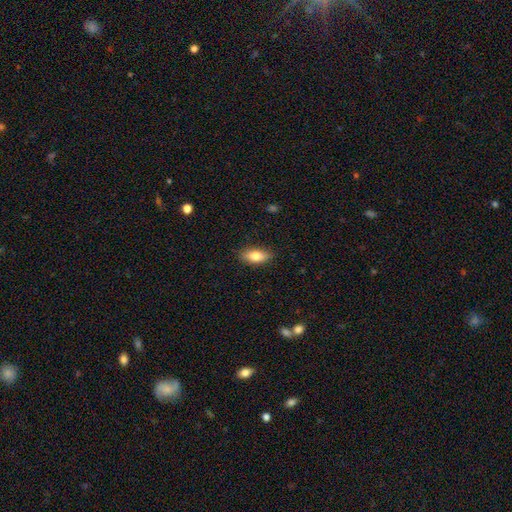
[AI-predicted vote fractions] smooth 77%, featured or disk 16%, star or artifact 7%. Down the decision tree: how rounded — in between (80%); merging — none (88%).